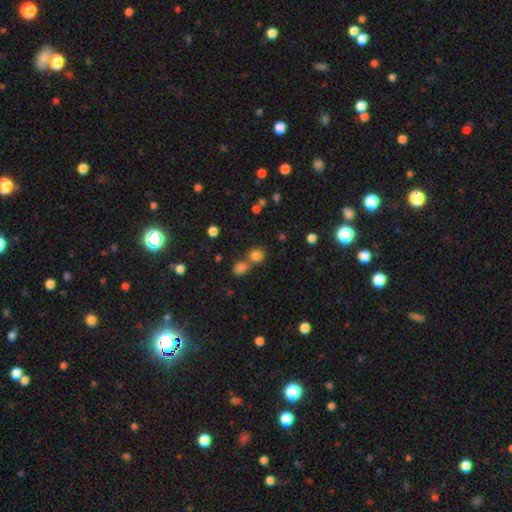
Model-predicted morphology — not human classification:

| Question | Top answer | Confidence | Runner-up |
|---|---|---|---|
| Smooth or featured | smooth | 79% | star or artifact (14%) |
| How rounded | round | 83% | in between (16%) |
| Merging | none | 55% | merger (34%) |